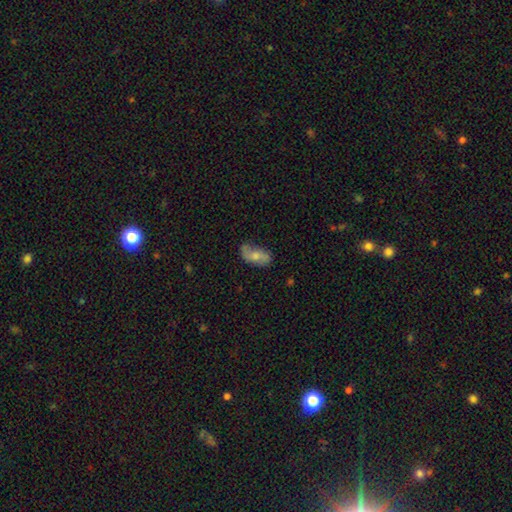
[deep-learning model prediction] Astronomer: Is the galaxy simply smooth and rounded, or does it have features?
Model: smooth — 53% (runner-up: featured or disk, 39%).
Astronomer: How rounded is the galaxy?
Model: in between — 90%.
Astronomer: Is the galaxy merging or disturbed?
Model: none — 66%.